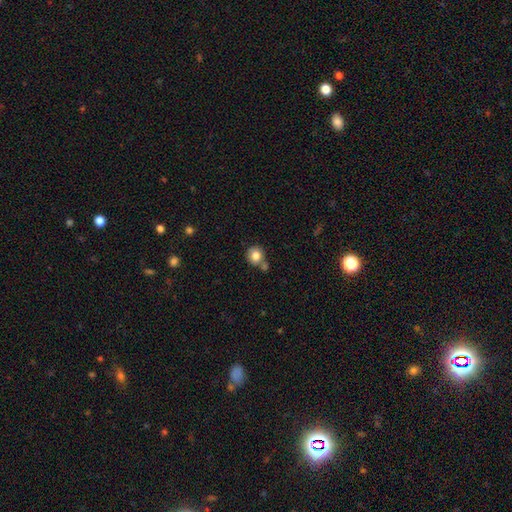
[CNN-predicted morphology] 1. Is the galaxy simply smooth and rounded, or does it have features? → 82% smooth, 9% star or artifact, 9% featured or disk.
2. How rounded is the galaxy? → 85% round, 15% in between, 1% cigar-shaped.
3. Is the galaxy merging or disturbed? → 60% none, 22% merger, 14% minor disturbance, 4% major disturbance.